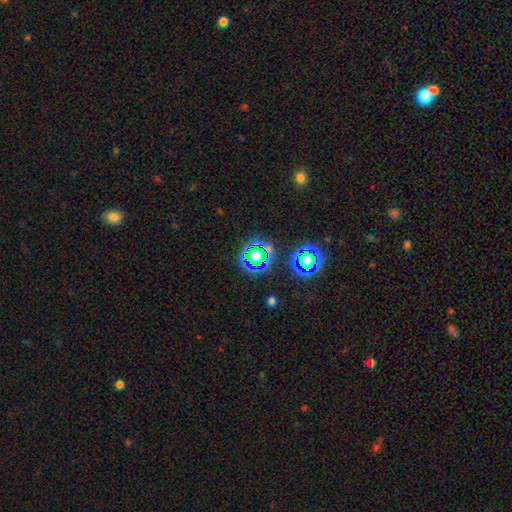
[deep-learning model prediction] The model was most divided on "smooth or featured": star or artifact: 52%, smooth: 37%, featured or disk: 12%.